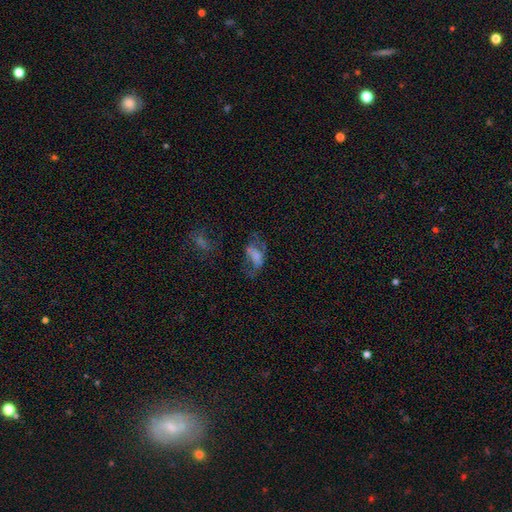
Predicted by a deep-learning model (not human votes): Morphology: type=smooth (51%); roundness=in between (88%); merging=major disturbance (43%).